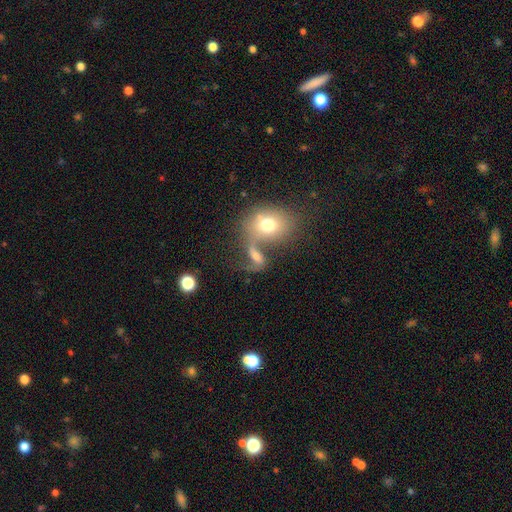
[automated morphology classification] This appears to be a smooth galaxy with no disk features (44%). Merging: merger (44%).